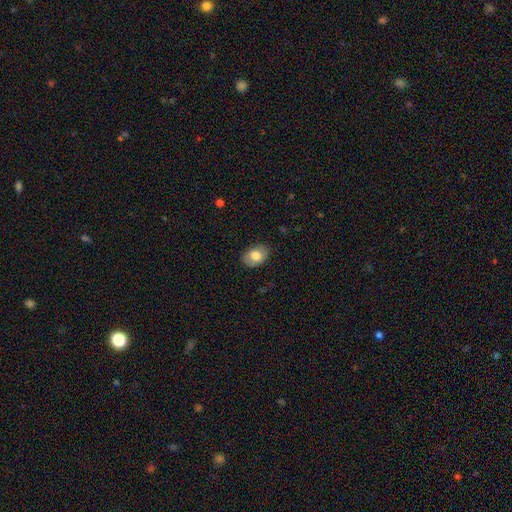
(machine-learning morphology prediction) Smooth or featured: smooth — 77% (featured or disk — 16%)
How rounded: in between — 82% (round — 17%)
Merging: none — 83% (minor disturbance — 13%)